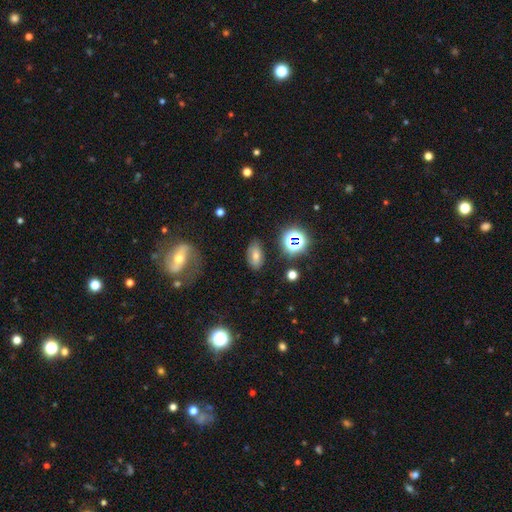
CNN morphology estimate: A smooth galaxy with no disk features (48%).

Vote fractions:
- Smooth or featured? smooth: 48% / featured or disk: 28% / star or artifact: 24%
- Merging? none: 80% / minor disturbance: 13% / major disturbance: 5% / merger: 3%